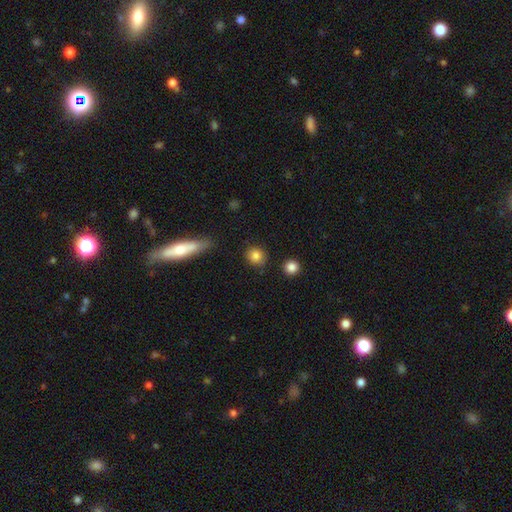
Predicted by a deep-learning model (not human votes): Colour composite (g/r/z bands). It shows a smooth galaxy with no disk features (85%) that is round (85%). Merging: none (84%).